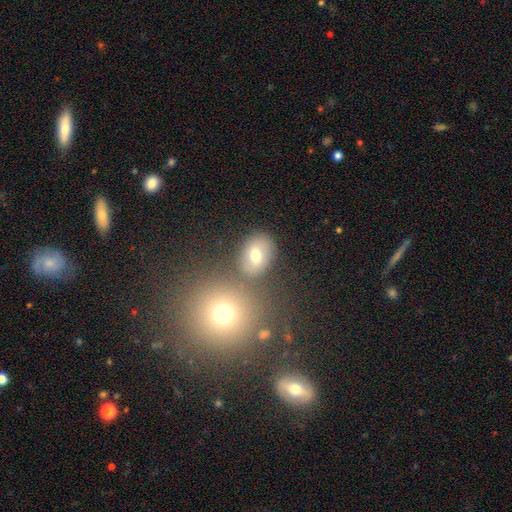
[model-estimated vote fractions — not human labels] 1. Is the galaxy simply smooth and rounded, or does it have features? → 68% smooth, 19% featured or disk, 12% star or artifact.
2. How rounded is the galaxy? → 61% in between, 38% round, 1% cigar-shaped.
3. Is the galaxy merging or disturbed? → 70% none, 13% merger, 12% minor disturbance, 5% major disturbance.